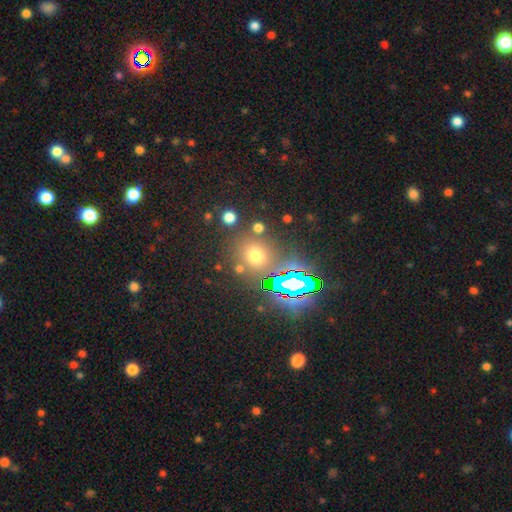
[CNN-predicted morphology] smooth_or_featured: smooth (p=0.59) [alt: star or artifact p=0.32]
how_rounded: round (p=0.83) [alt: in between p=0.15]
merging: none (p=0.77) [alt: minor disturbance p=0.09]